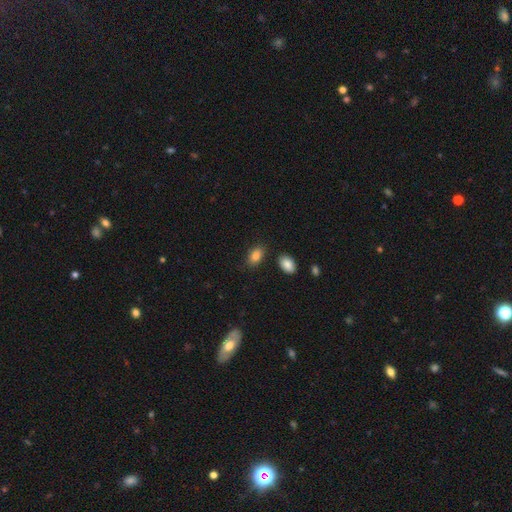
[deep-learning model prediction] A smooth galaxy with no disk features (85%) that is in between round and cigar-shaped (89%).

Vote fractions:
- Smooth or featured? smooth: 85% / star or artifact: 8% / featured or disk: 6%
- How rounded? in between: 89% / round: 10% / cigar-shaped: 2%
- Merging? none: 80% / minor disturbance: 12% / merger: 5% / major disturbance: 3%